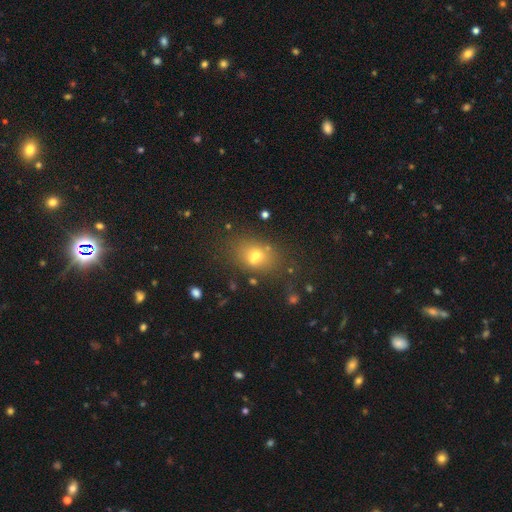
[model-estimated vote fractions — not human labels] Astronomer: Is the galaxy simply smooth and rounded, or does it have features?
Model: smooth — 60%.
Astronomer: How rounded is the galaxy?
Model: in between — 62% (runner-up: round, 37%).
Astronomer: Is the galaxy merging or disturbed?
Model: none — 55%.